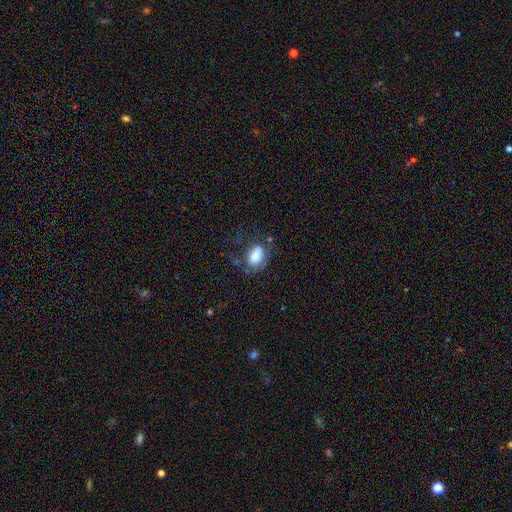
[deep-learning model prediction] Q: Smooth or featured?
A: smooth (73%); runner-up: featured or disk (18%)
Q: How rounded?
A: in between (81%); runner-up: round (17%)
Q: Merging?
A: none (44%); runner-up: minor disturbance (27%)